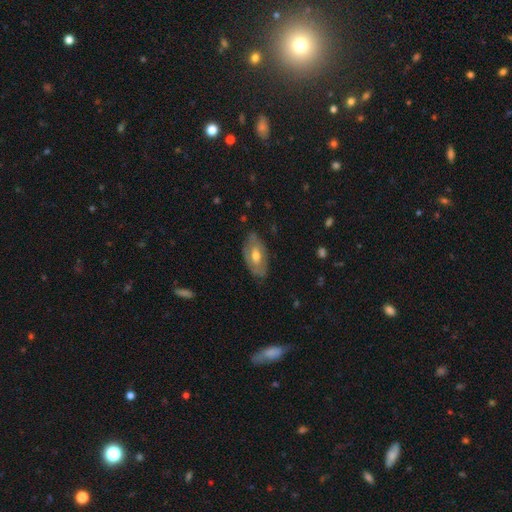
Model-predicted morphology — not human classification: Overall: featured or disk (54%; smooth 40%). Edge-on disk: no (86%). Merging: none (75%).